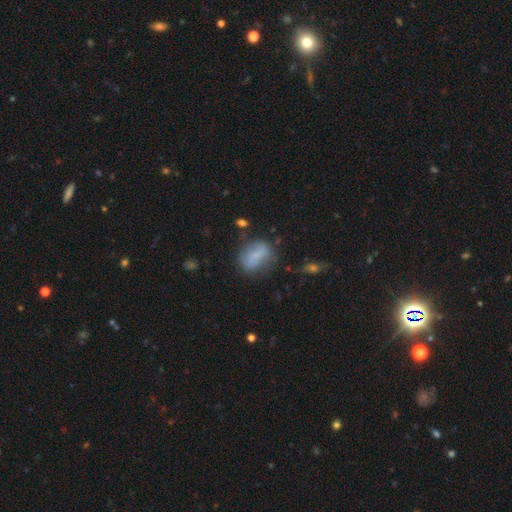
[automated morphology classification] This appears to be a smooth galaxy with no disk features (71%) that is in between round and cigar-shaped (72%). Merging: none (62%).